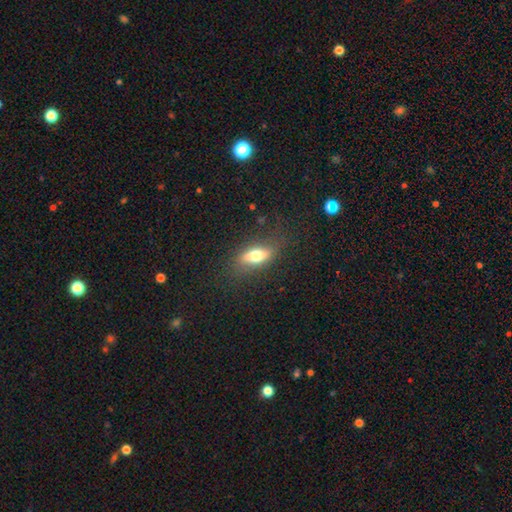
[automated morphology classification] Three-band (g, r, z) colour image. It shows a smooth galaxy with no disk features (65%) that is in between round and cigar-shaped (73%). Merging: none (76%).